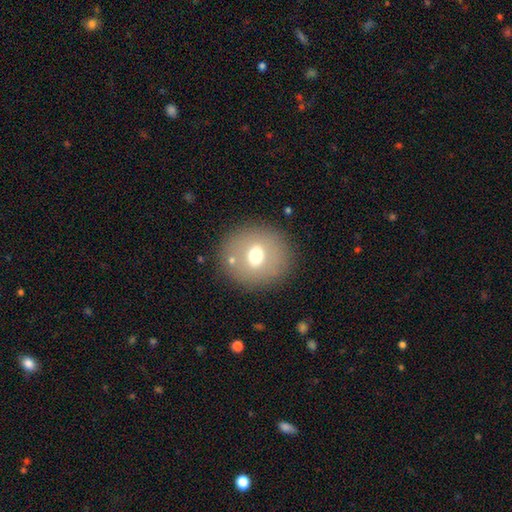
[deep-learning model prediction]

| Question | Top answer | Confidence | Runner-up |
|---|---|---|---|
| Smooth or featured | smooth | 63% | featured or disk (25%) |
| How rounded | round | 84% | in between (15%) |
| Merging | none | 85% | minor disturbance (8%) |